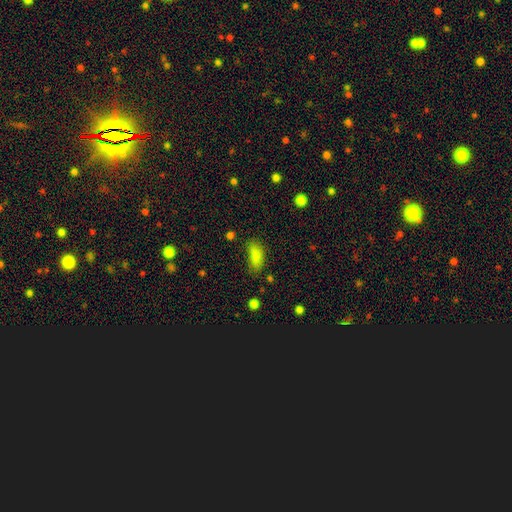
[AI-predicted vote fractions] Smooth or featured: smooth — 84% (star or artifact — 11%)
How rounded: in between — 83% (cigar-shaped — 14%)
Merging: none — 66% (minor disturbance — 24%)